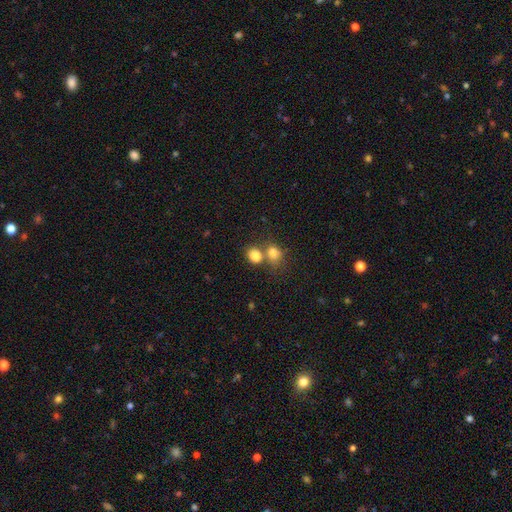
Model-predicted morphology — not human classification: The model was most divided on "merging": merger: 47%, none: 40%, minor disturbance: 9%, major disturbance: 4%. More confident: smooth or featured — smooth (82%); how rounded — round (53%).